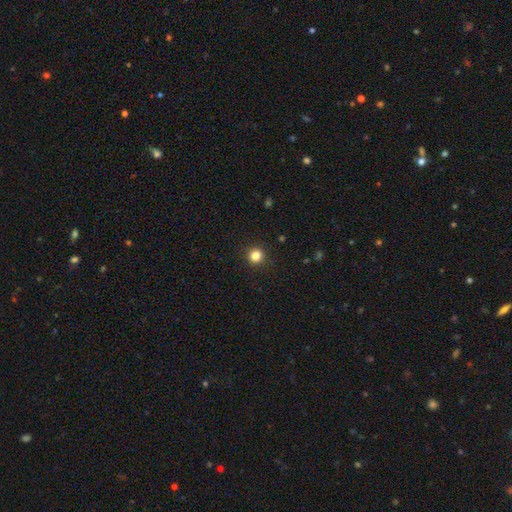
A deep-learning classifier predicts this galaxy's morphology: type=smooth (83%); roundness=round (95%); merging=none (93%).